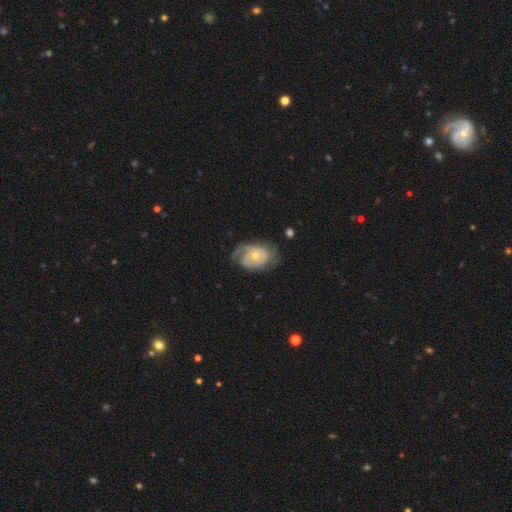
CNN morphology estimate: Smooth or featured? Predicted: featured or disk (p=0.74). Edge-on disk? Predicted: no (p=0.96). Bar? Predicted: no (p=0.78). Spiral arms? Predicted: yes (p=0.84). Spiral winding? Predicted: tight (p=0.53). Spiral arm count? Predicted: 2 (p=0.37). Bulge size? Predicted: small (p=0.50). Merging? Predicted: none (p=0.52).